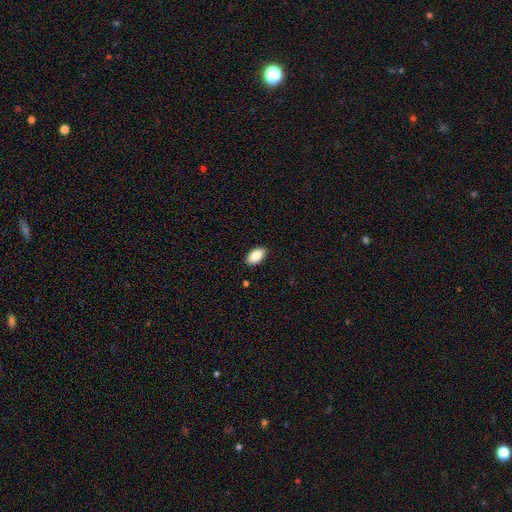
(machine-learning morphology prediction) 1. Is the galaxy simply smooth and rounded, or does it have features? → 87% smooth, 7% star or artifact, 6% featured or disk.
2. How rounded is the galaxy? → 93% in between, 5% round, 2% cigar-shaped.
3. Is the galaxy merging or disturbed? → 88% none, 9% minor disturbance, 2% major disturbance, 1% merger.